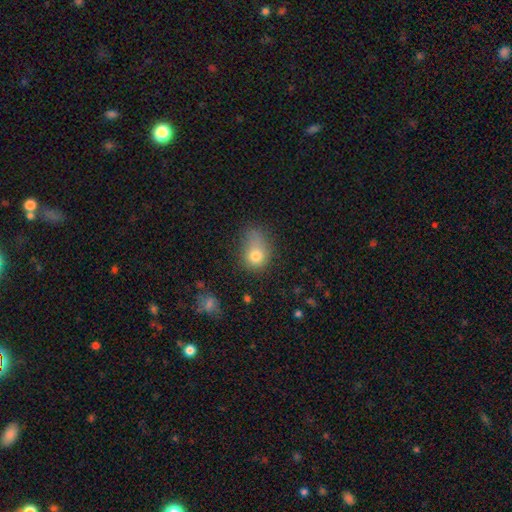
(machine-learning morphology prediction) Overall: smooth (77%). How rounded: in between (52%; round 46%). Merging: minor disturbance (33%; none 30%).